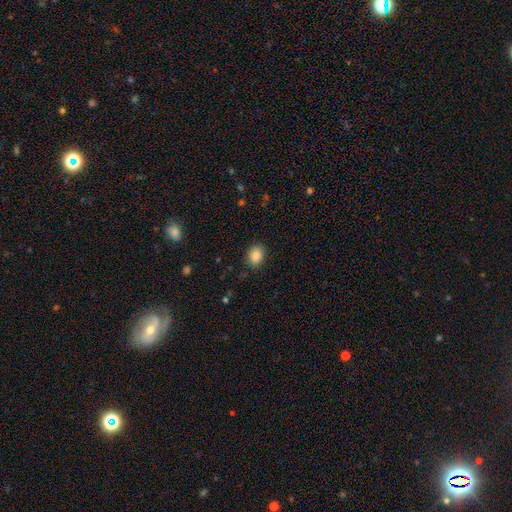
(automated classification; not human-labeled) Q: Smooth or featured?
A: smooth (87%); runner-up: star or artifact (9%)
Q: How rounded?
A: in between (61%); runner-up: round (38%)
Q: Merging?
A: none (86%); runner-up: minor disturbance (10%)